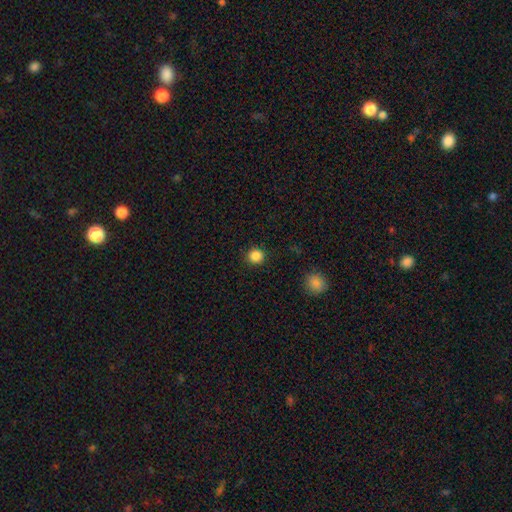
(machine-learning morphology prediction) smooth 86%, star or artifact 11%, featured or disk 3%. Down the decision tree: how rounded — round (93%); merging — none (92%).